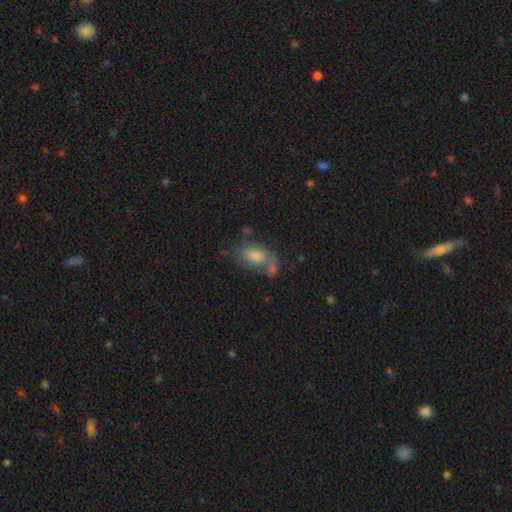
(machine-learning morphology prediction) A smooth galaxy with no disk features (63%) that is in between round and cigar-shaped (80%). Merging: none (43%).